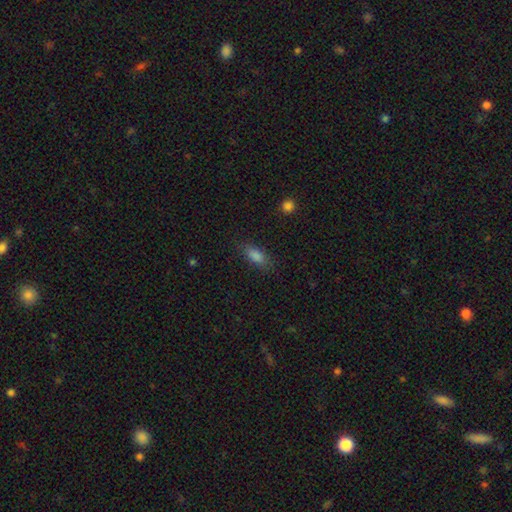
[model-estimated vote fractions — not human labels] smooth_or_featured: smooth (p=0.84) [alt: star or artifact p=0.09]
how_rounded: in between (p=0.79) [alt: cigar-shaped p=0.18]
merging: none (p=0.81) [alt: minor disturbance p=0.14]